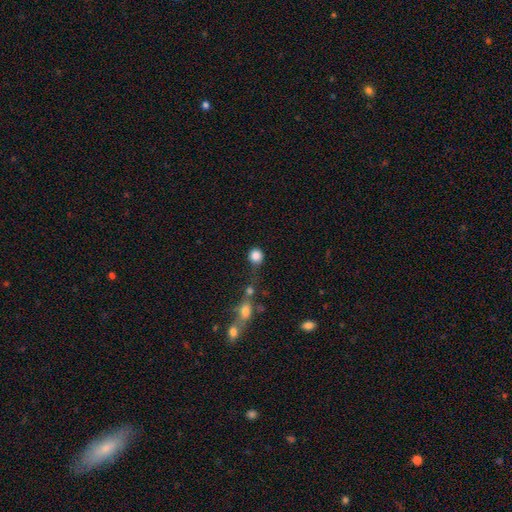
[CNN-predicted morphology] type=smooth (84%); roundness=round (90%); merging=none (59%).